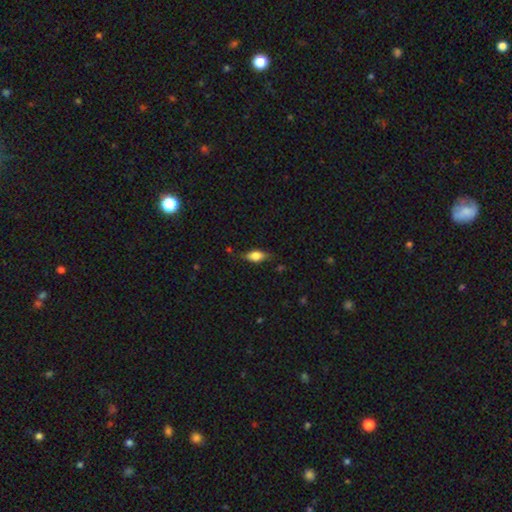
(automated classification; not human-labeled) Smooth or featured? Predicted: smooth (p=0.71). How rounded? Predicted: in between (p=0.82). Merging? Predicted: none (p=0.72).